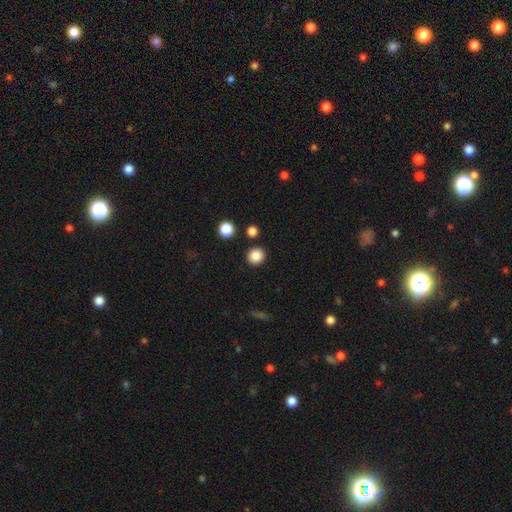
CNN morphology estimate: Smooth or featured?
  - smooth: 85% *
  - star or artifact: 11%
  - featured or disk: 4%
How rounded?
  - round: 91% *
  - in between: 9%
  - cigar-shaped: 1%
Merging?
  - none: 89% *
  - minor disturbance: 6%
  - merger: 3%
  - major disturbance: 2%